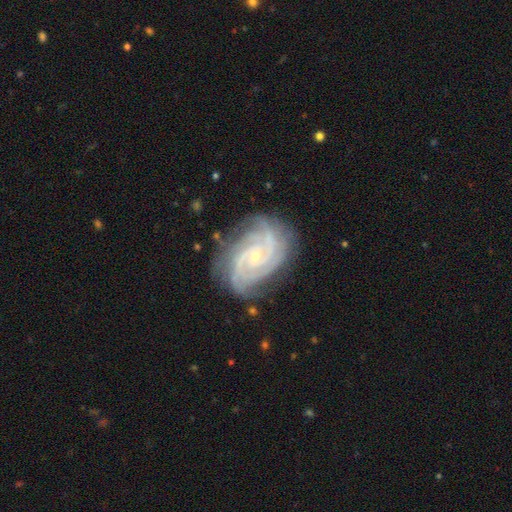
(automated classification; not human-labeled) smooth-or-featured: featured or disk: 90% | star or artifact: 5% | smooth: 5%
  disk-edge-on: no: 97% | yes: 3%
    bar: no: 64% | weak: 28% | strong: 8%
    has-spiral-arms: yes: 98% | no: 2%
      spiral-winding: tight: 69% | medium: 27% | loose: 4%
      spiral-arm-count: 3: 29% | 4: 22% | 2: 20% | can't tell: 15% | more than 4: 8% | 1: 6%
    bulge-size: small: 79% | moderate: 18% | none: 1% | large: 1% | dominant: 1%
  merging: none: 76% | minor disturbance: 18% | major disturbance: 5% | merger: 1%